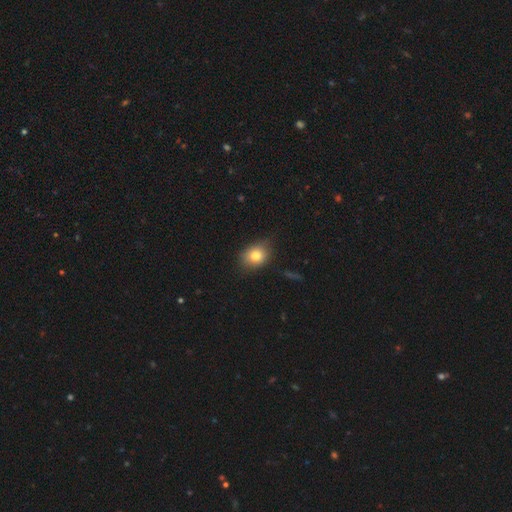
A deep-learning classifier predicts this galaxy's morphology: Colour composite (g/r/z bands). It shows a smooth galaxy with no disk features (78%) that is in between round and cigar-shaped (57%). Merging: none (75%).